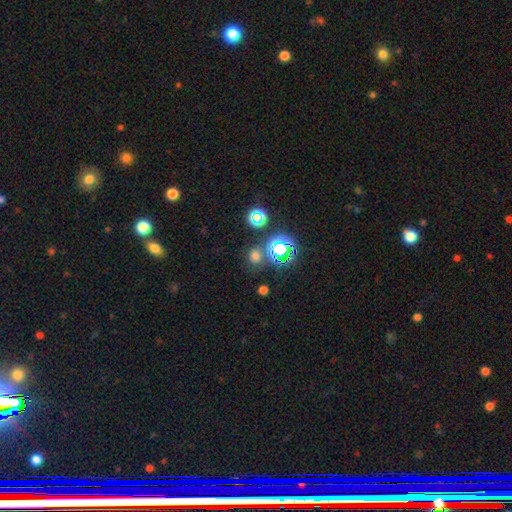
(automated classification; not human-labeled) Smooth or featured? smooth (57%)
How rounded? round (74%)
Merging? none (73%)